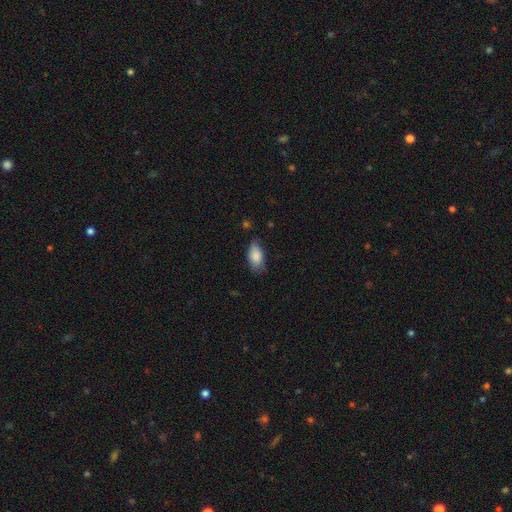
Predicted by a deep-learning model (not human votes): The model was most divided on "merging": none: 65%, minor disturbance: 28%, major disturbance: 5%, merger: 2%. More confident: how rounded — in between (91%); smooth or featured — smooth (86%).